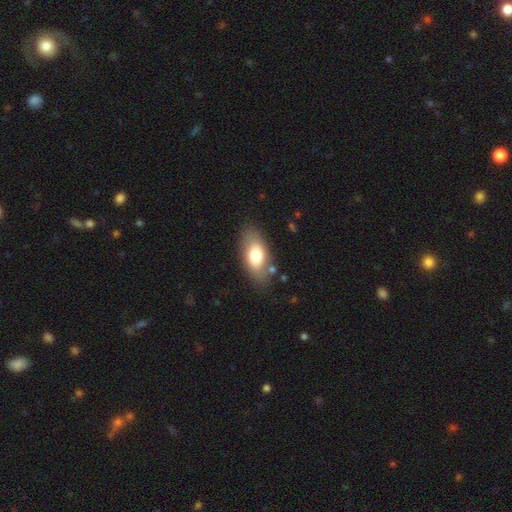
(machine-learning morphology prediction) This is likely a smooth galaxy (72%). How rounded: clearly in between (88%). Merging: likely none (78%).